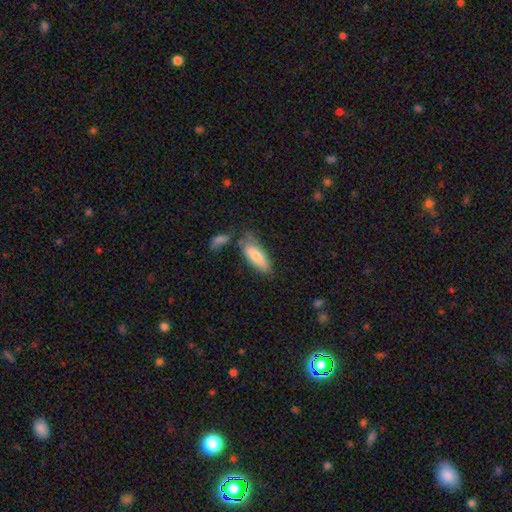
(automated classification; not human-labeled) A smooth galaxy with no disk features (76%) that is in between round and cigar-shaped (67%). Merging: none (58%).